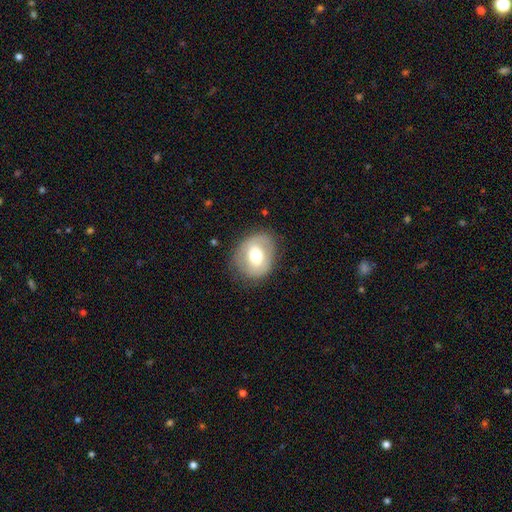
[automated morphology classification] A smooth galaxy with no disk features (55%) that is round (57%).

Vote fractions:
- Smooth or featured? smooth: 55% / featured or disk: 37% / star or artifact: 7%
- How rounded? round: 57% / in between: 42% / cigar-shaped: 1%
- Merging? none: 76% / minor disturbance: 17% / major disturbance: 7% / merger: 1%